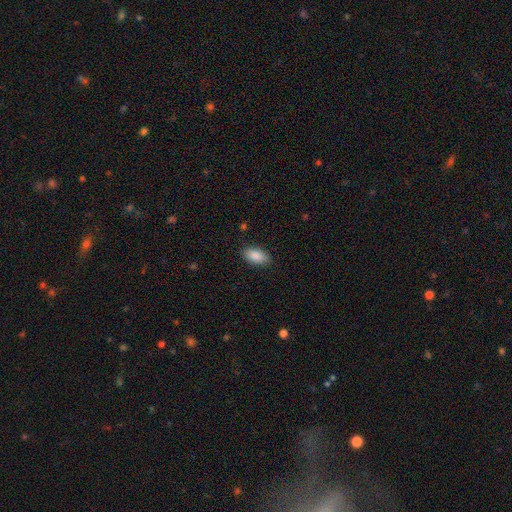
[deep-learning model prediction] smooth 89%, star or artifact 7%, featured or disk 4%. Down the decision tree: how rounded — in between (93%); merging — none (88%).